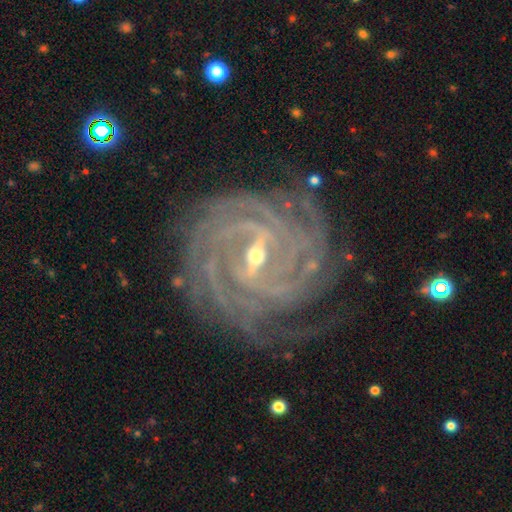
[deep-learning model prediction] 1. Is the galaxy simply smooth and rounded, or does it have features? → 92% featured or disk, 5% star or artifact, 3% smooth.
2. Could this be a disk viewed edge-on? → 97% no, 3% yes.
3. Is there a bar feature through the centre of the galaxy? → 53% strong, 37% weak, 10% no.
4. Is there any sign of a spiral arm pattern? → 99% yes, 1% no.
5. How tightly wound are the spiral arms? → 84% tight, 14% medium, 2% loose.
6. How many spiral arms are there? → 29% 4, 24% more than 4, 16% can't tell, 13% 3, 10% 2, 8% 1.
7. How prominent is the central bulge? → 59% small, 38% moderate, 1% large, 1% none, 1% dominant.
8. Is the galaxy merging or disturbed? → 79% none, 14% minor disturbance, 5% major disturbance, 1% merger.